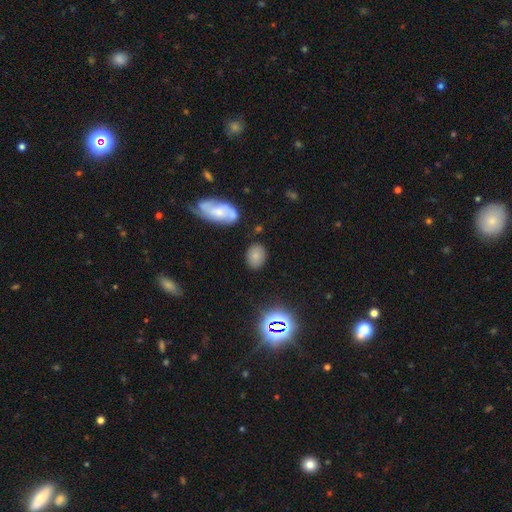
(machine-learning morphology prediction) smooth_or_featured: smooth (p=0.75) [alt: star or artifact p=0.13]
how_rounded: in between (p=0.68) [alt: round p=0.31]
merging: none (p=0.81) [alt: minor disturbance p=0.12]